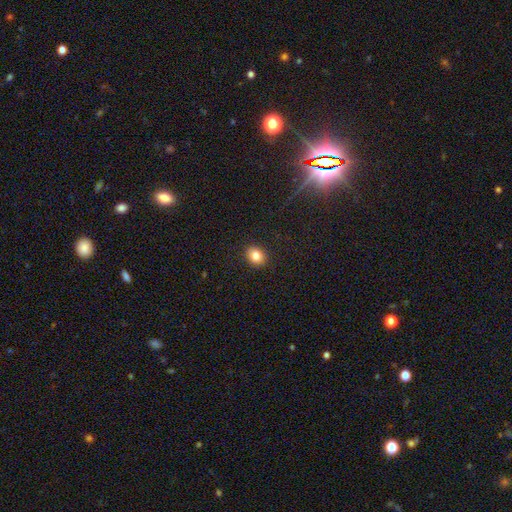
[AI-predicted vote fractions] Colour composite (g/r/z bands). It shows a smooth galaxy with no disk features (82%) that is round (62%). Merging: none (91%).